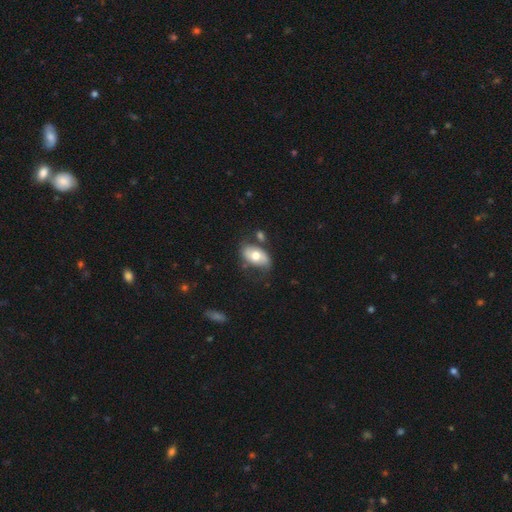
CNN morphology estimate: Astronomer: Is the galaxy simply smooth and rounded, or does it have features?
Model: smooth — 54% (runner-up: featured or disk, 40%).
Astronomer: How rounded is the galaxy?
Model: in between — 92%.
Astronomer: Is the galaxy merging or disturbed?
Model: none — 56%.